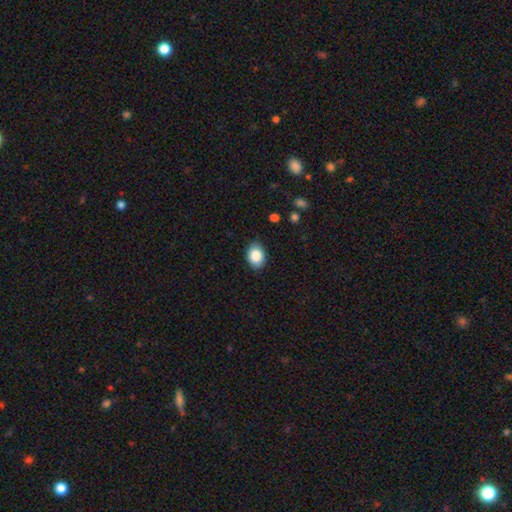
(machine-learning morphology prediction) type=smooth (86%); roundness=in between (71%); merging=none (85%).